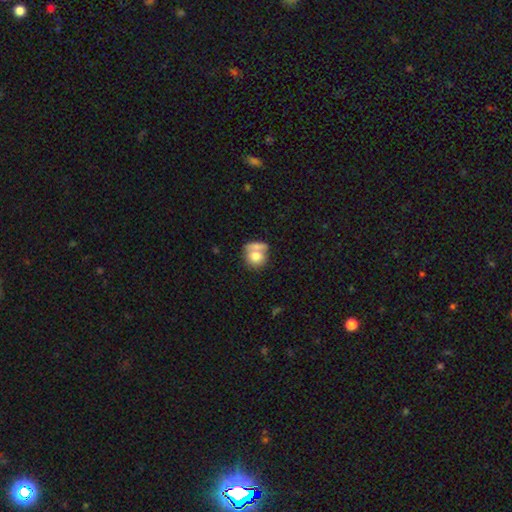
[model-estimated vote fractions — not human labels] Smooth or featured: smooth — 74% (featured or disk — 18%)
How rounded: round — 80% (in between — 18%)
Merging: none — 41% (merger — 40%)